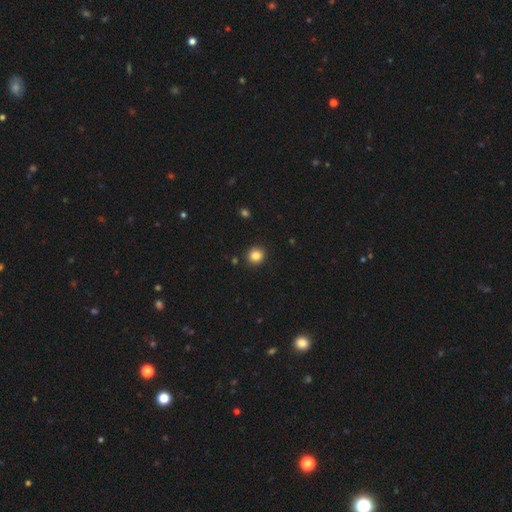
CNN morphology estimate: A smooth galaxy with no disk features (85%) that is round (88%).

Vote fractions:
- Smooth or featured? smooth: 85% / star or artifact: 11% / featured or disk: 5%
- How rounded? round: 88% / in between: 11% / cigar-shaped: 1%
- Merging? none: 91% / minor disturbance: 6% / major disturbance: 2% / merger: 2%